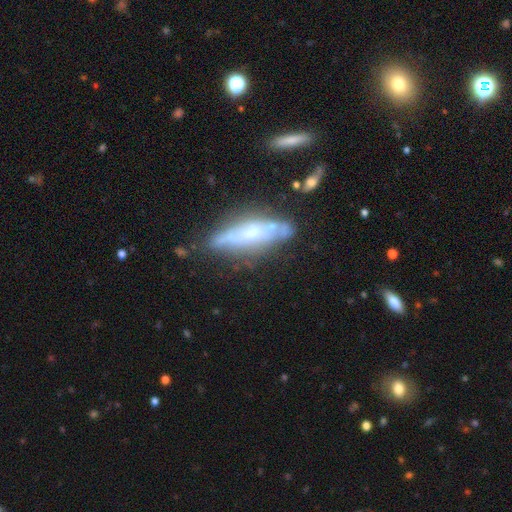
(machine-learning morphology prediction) Q: Smooth or featured?
A: featured or disk (69%); runner-up: smooth (21%)
Q: Edge-on disk?
A: yes (69%); runner-up: no (31%)
Q: Merging?
A: none (68%); runner-up: minor disturbance (20%)